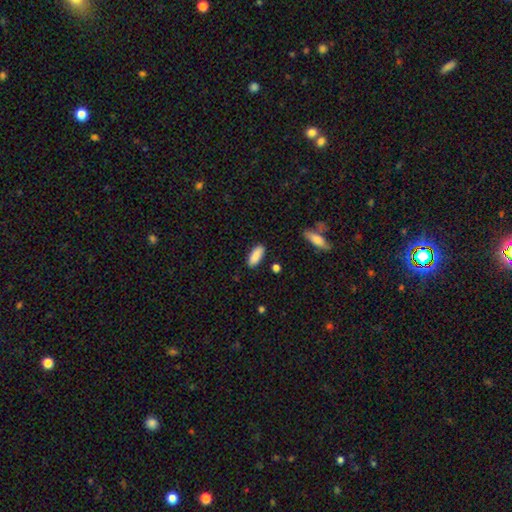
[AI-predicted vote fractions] smooth_or_featured: smooth (p=0.89) [alt: star or artifact p=0.06]
how_rounded: in between (p=0.74) [alt: cigar-shaped p=0.24]
merging: none (p=0.85) [alt: minor disturbance p=0.11]